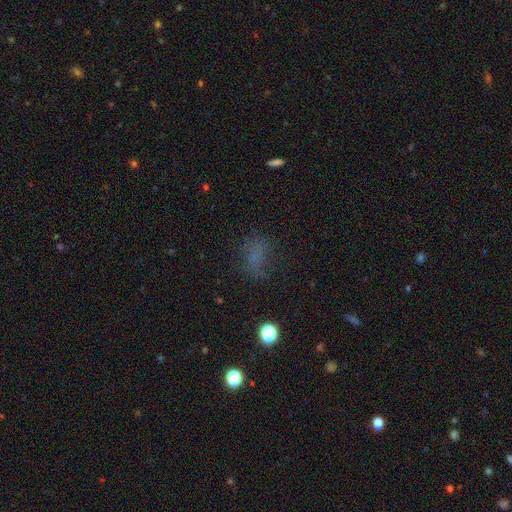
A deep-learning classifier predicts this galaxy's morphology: Smooth or featured?
  - smooth: 55% *
  - star or artifact: 28%
  - featured or disk: 17%
How rounded?
  - in between: 69% *
  - round: 27%
  - cigar-shaped: 4%
Merging?
  - none: 55% *
  - minor disturbance: 21%
  - major disturbance: 21%
  - merger: 3%